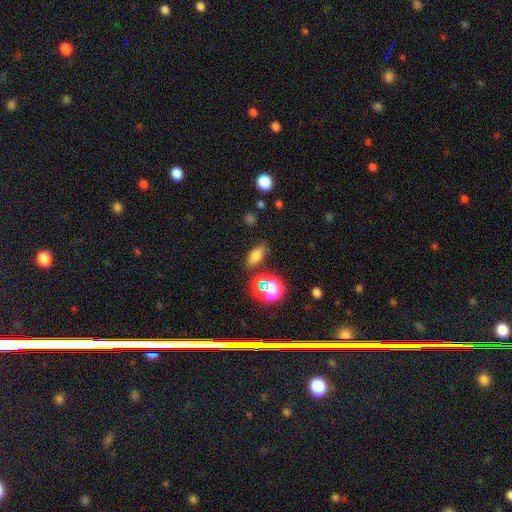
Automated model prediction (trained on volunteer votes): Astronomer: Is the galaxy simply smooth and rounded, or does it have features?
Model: smooth — 69%.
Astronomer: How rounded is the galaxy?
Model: in between — 77%.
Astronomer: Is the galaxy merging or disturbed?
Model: none — 76%.